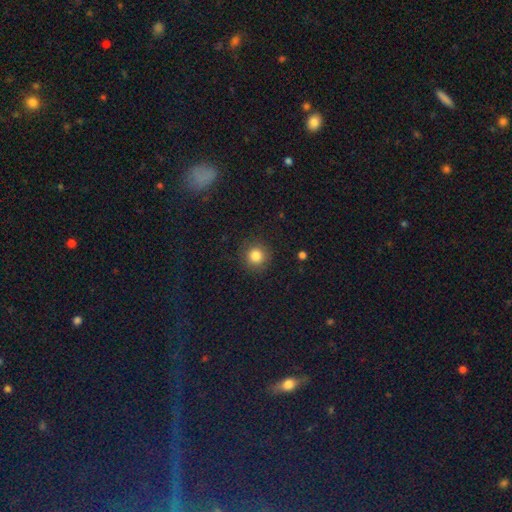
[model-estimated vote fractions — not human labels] Smooth or featured: smooth — 83% (star or artifact — 11%)
How rounded: round — 93% (in between — 6%)
Merging: none — 89% (minor disturbance — 7%)